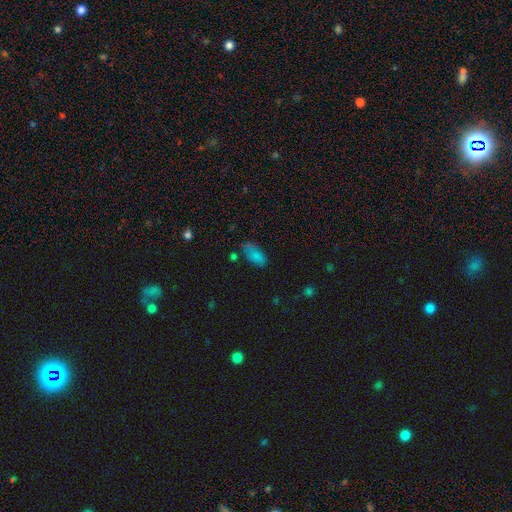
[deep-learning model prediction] A smooth galaxy with no disk features (78%) that is in between round and cigar-shaped (90%). Merging: none (55%).